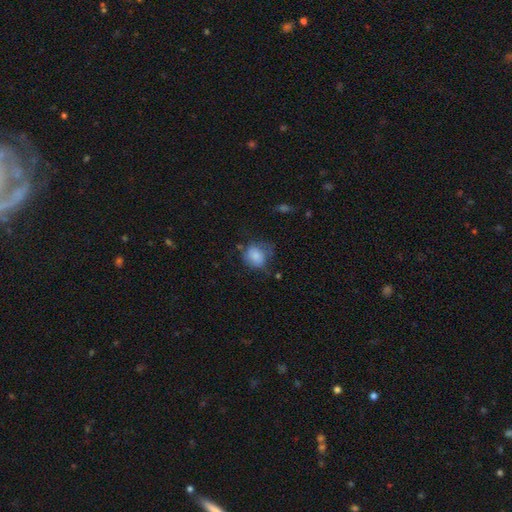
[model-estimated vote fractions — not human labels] smooth 77%, featured or disk 15%, star or artifact 8%. Down the decision tree: how rounded — round (60%); merging — none (45%).